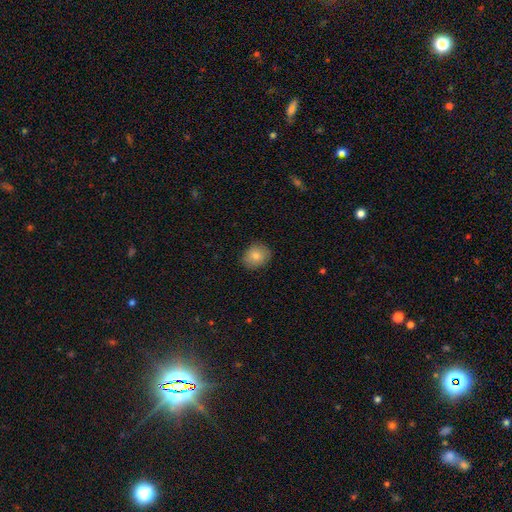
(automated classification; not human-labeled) smooth-or-featured: smooth: 81% | featured or disk: 10% | star or artifact: 9%
  how-rounded: round: 60% | in between: 39% | cigar-shaped: 1%
  merging: none: 87% | minor disturbance: 9% | major disturbance: 2% | merger: 1%